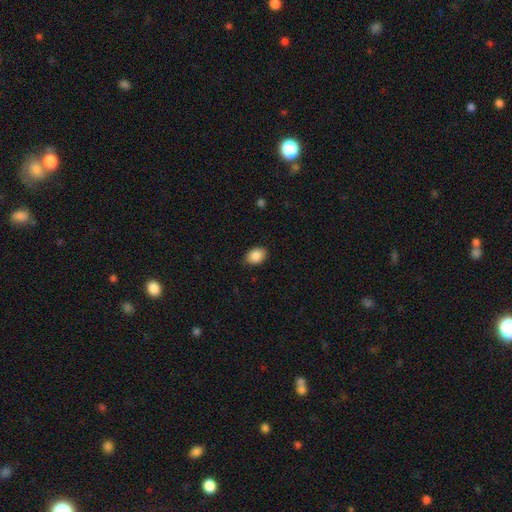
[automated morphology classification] This appears to be a smooth galaxy with no disk features (89%) that is in between round and cigar-shaped (77%). Merging: none (85%).